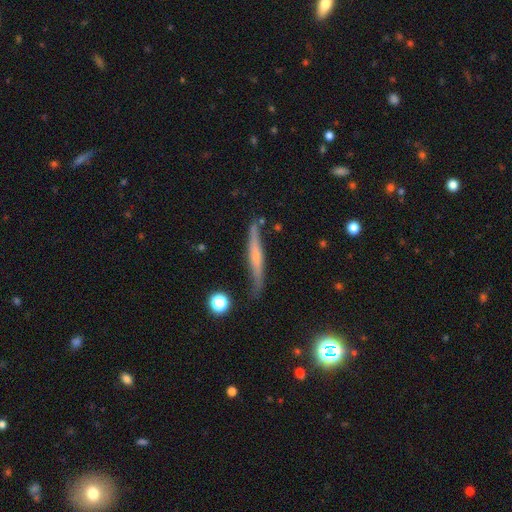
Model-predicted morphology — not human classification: Smooth or featured? Predicted: featured or disk (p=0.61). Edge-on disk? Predicted: yes (p=0.92). Edge-on bulge? Predicted: rounded (p=0.49). Merging? Predicted: none (p=0.75).